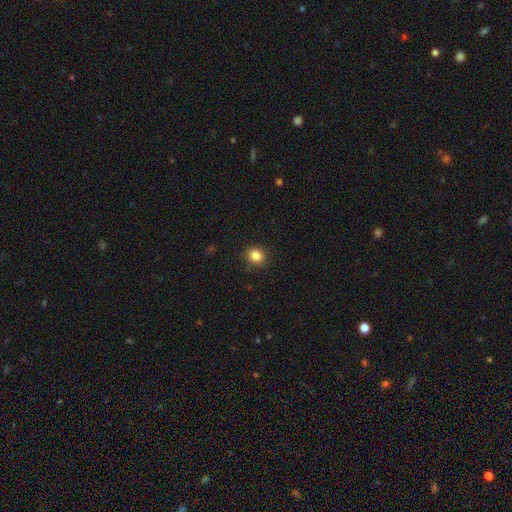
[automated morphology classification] Smooth or featured? smooth (84%)
How rounded? round (77%)
Merging? none (89%)